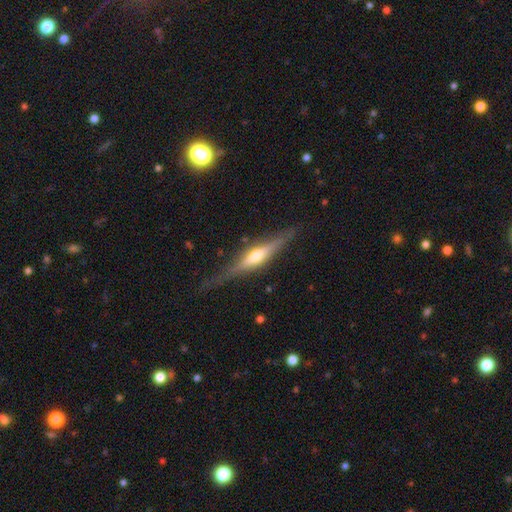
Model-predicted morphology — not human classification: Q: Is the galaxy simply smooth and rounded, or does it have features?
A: featured or disk — 72%.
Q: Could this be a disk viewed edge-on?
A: yes — 96%.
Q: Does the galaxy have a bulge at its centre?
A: rounded — 86%.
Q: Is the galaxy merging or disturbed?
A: none — 79%.